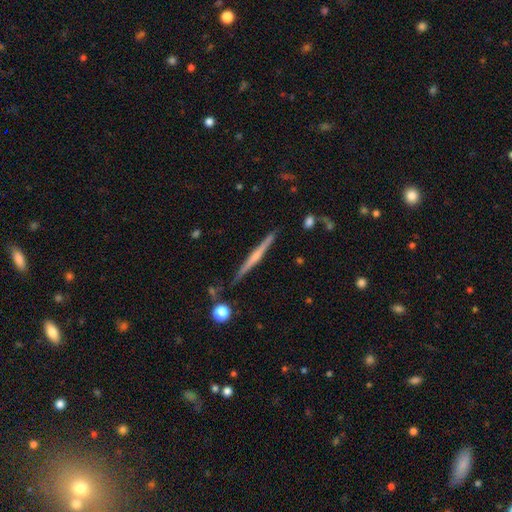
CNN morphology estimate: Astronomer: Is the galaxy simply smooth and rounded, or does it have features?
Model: featured or disk — 68%.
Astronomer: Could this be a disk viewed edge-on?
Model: yes — 98%.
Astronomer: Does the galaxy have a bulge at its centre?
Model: rounded — 53% (runner-up: none, 39%).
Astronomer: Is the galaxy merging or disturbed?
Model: none — 86%.